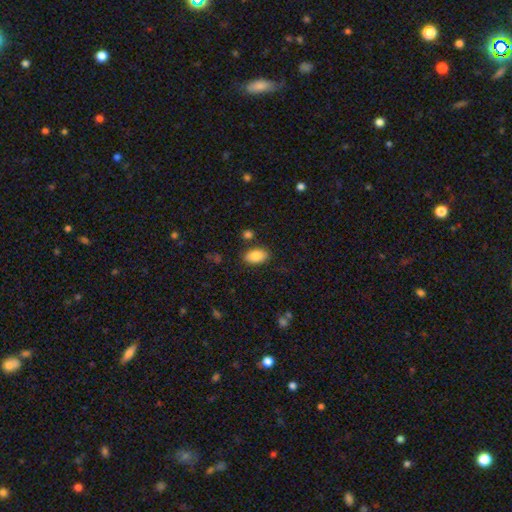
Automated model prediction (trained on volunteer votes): Smooth or featured? Predicted: smooth (p=0.84). How rounded? Predicted: in between (p=0.93). Merging? Predicted: none (p=0.83).